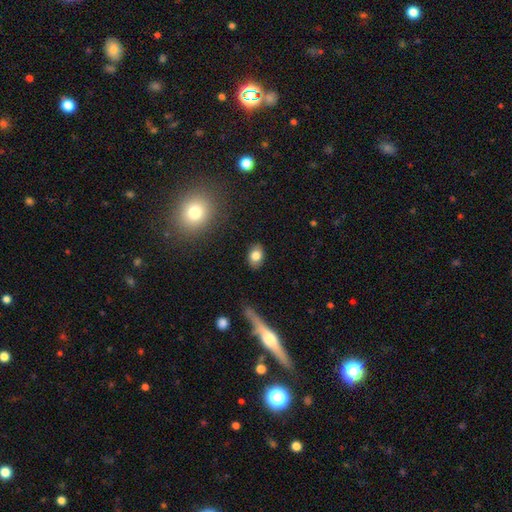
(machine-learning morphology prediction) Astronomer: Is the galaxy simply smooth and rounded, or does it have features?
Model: smooth — 79%.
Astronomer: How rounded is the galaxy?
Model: in between — 80%.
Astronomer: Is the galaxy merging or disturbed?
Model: none — 86%.